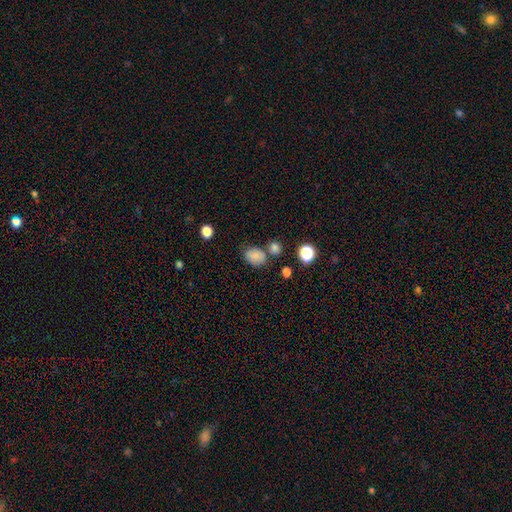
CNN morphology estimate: Smooth or featured? Predicted: smooth (p=0.80). How rounded? Predicted: in between (p=0.71). Merging? Predicted: none (p=0.61).